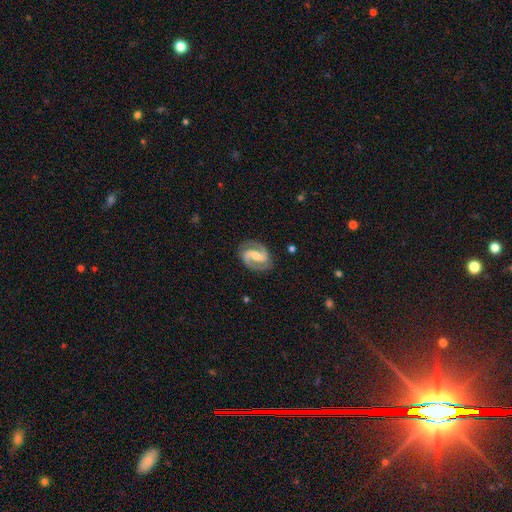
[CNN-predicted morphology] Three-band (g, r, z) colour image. It shows a featured or disk galaxy (91%) with a weak bar (41%), 2 (94%) medium (56%) spiral arms (98%) and a moderate central bulge (50%). Merging: none (85%).